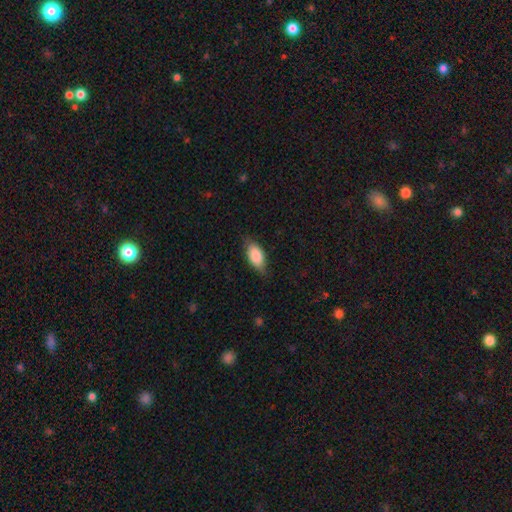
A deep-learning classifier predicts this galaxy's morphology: Smooth or featured? Predicted: smooth (p=0.83). How rounded? Predicted: in between (p=0.89). Merging? Predicted: none (p=0.74).